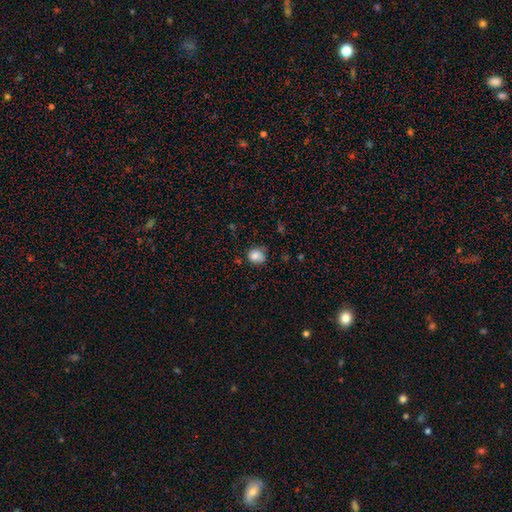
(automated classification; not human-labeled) Overall: smooth (81%). How rounded: round (80%). Merging: none (66%).